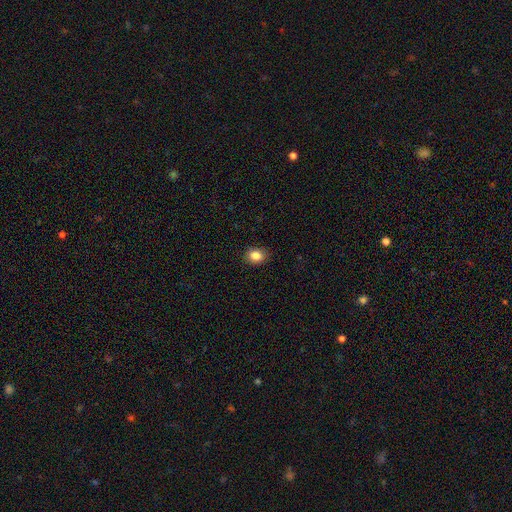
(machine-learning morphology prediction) Smooth or featured? Predicted: smooth (p=0.86). How rounded? Predicted: in between (p=0.51). Merging? Predicted: none (p=0.88).